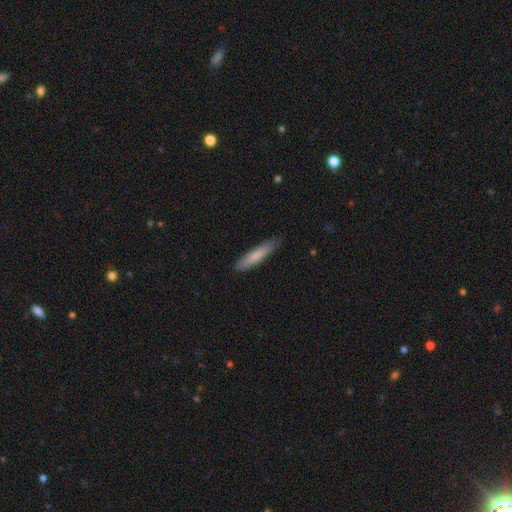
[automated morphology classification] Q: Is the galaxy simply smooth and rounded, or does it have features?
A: smooth — 79%.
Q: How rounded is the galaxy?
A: cigar-shaped — 86%.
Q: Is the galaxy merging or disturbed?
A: none — 82%.